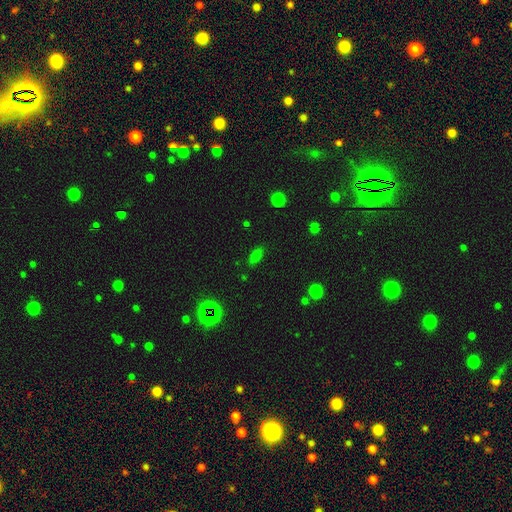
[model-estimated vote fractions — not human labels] Smooth or featured: smooth — 67% (star or artifact — 21%)
How rounded: in between — 80% (cigar-shaped — 11%)
Merging: none — 83% (minor disturbance — 12%)